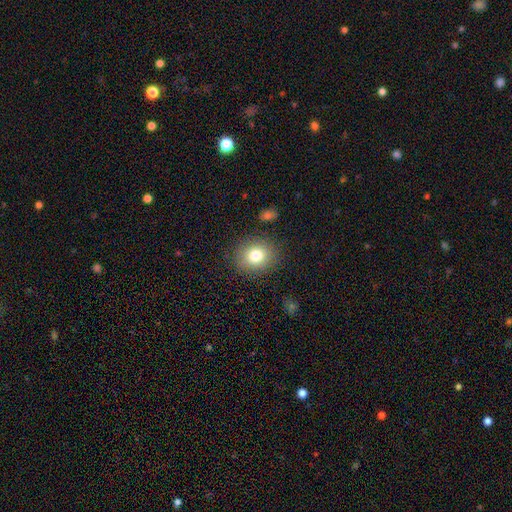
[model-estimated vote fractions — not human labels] A smooth galaxy with no disk features (79%) that is round (69%).

Vote fractions:
- Smooth or featured? smooth: 79% / star or artifact: 11% / featured or disk: 10%
- How rounded? round: 69% / in between: 30% / cigar-shaped: 1%
- Merging? none: 87% / minor disturbance: 9% / major disturbance: 3% / merger: 2%